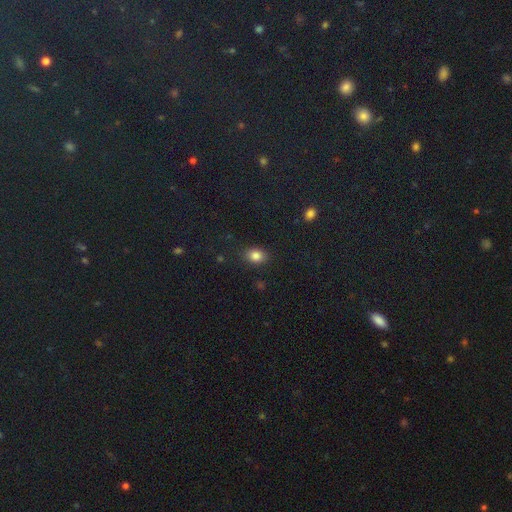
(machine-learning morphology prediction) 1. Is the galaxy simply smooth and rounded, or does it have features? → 84% smooth, 11% star or artifact, 6% featured or disk.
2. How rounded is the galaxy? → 64% in between, 35% round, 1% cigar-shaped.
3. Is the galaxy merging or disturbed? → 86% none, 10% minor disturbance, 3% major disturbance, 1% merger.